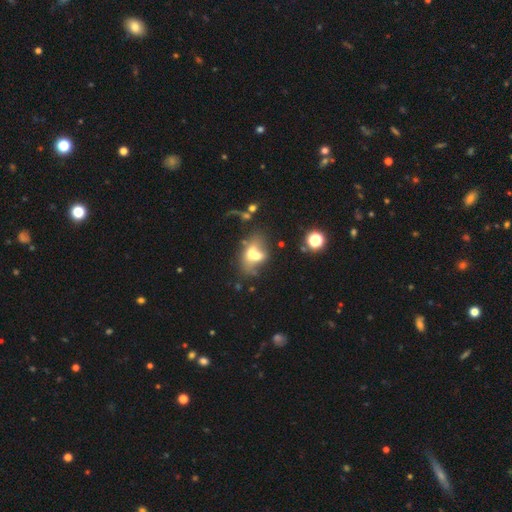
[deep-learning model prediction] Overall: smooth (51%; featured or disk 36%). How rounded: in between (72%). Merging: merger (52%; none 23%).